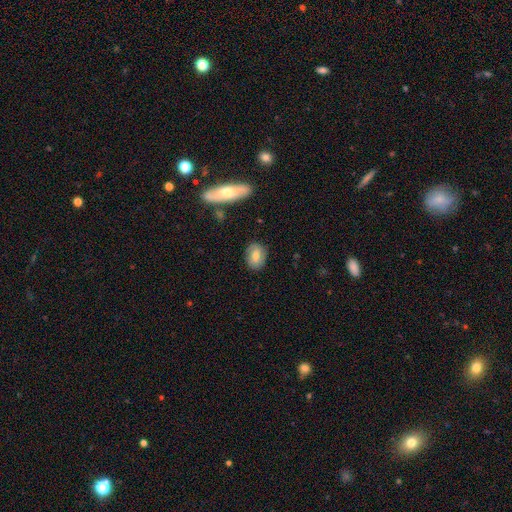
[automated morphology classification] The model was most divided on "smooth or featured": smooth: 71%, featured or disk: 22%, star or artifact: 8%. More confident: merging — none (83%); how rounded — in between (75%).